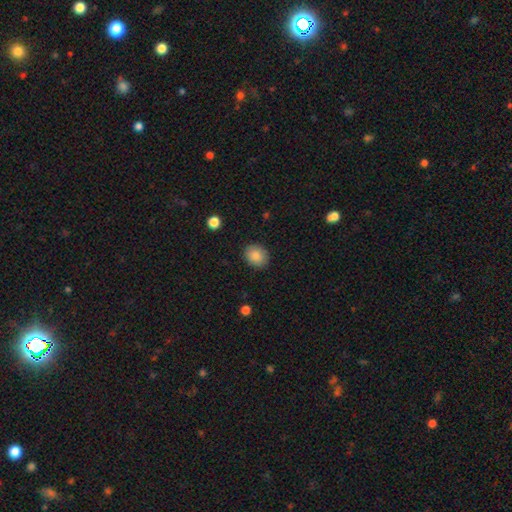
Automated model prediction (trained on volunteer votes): Smooth or featured? smooth (86%)
How rounded? round (59%)
Merging? none (89%)